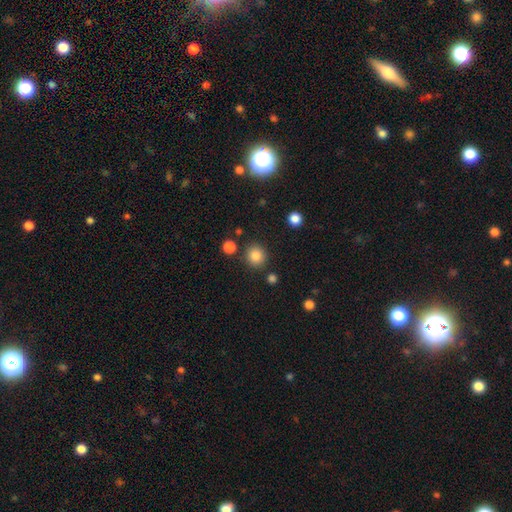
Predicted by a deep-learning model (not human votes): The model was most divided on "smooth or featured": smooth: 84%, star or artifact: 11%, featured or disk: 5%. More confident: how rounded — round (89%); merging — none (86%).